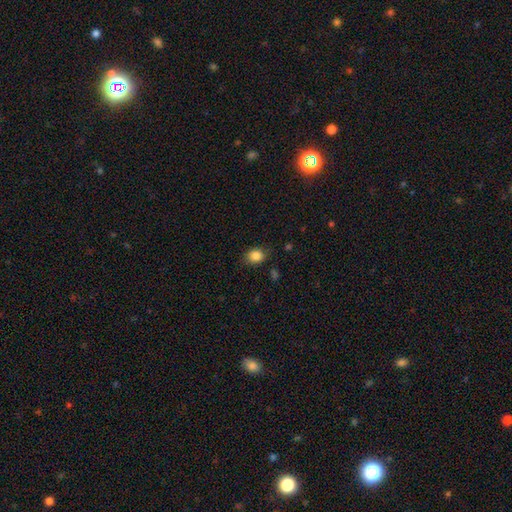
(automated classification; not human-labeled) Morphology: type=smooth (85%); roundness=in between (50%); merging=none (78%).